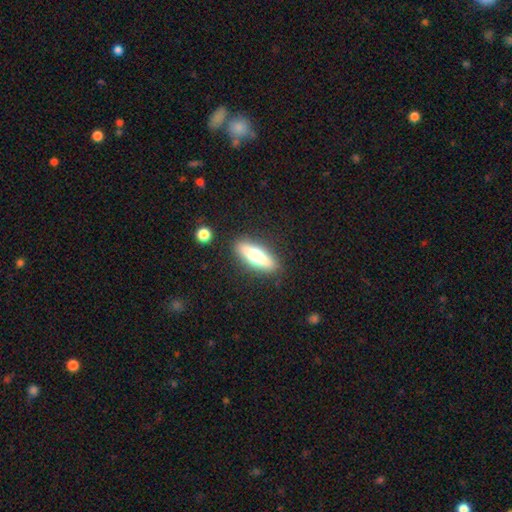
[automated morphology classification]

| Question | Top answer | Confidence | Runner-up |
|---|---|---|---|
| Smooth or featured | smooth | 51% | featured or disk (43%) |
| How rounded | cigar-shaped | 55% | in between (42%) |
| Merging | none | 87% | minor disturbance (9%) |